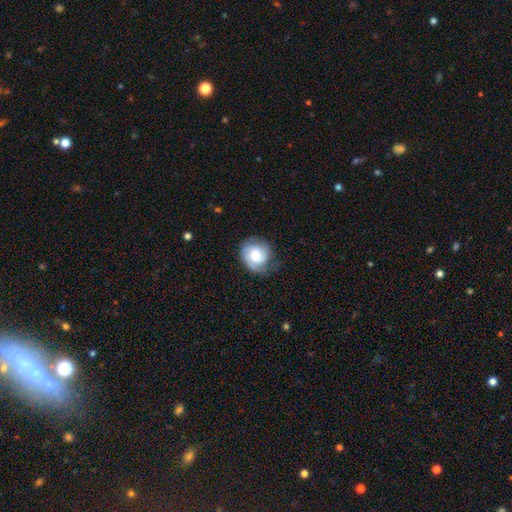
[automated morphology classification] Smooth or featured? Predicted: featured or disk (p=0.47). Merging? Predicted: none (p=0.62).